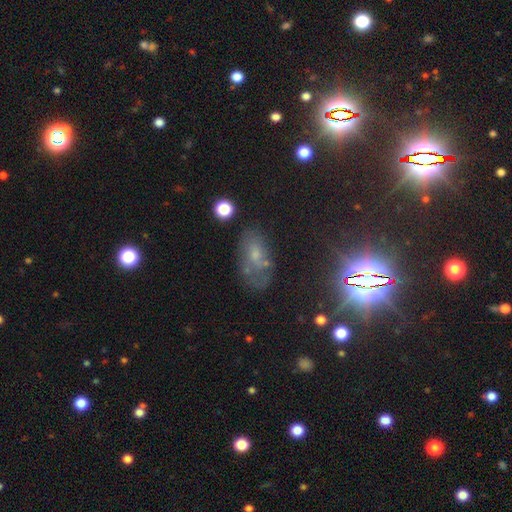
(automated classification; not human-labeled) smooth-or-featured: smooth: 37% | featured or disk: 33% | star or artifact: 30%
  merging: none: 49% | minor disturbance: 25% | major disturbance: 19% | merger: 7%